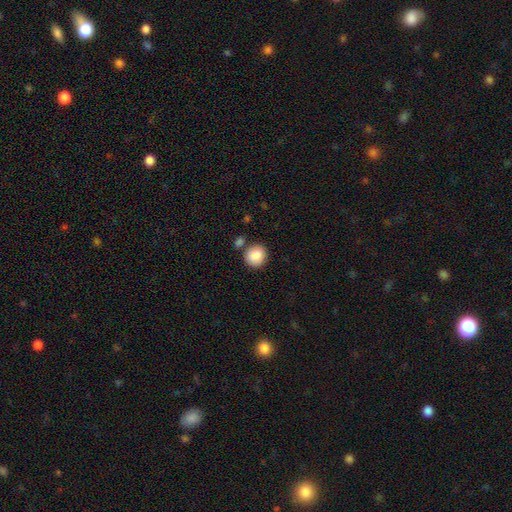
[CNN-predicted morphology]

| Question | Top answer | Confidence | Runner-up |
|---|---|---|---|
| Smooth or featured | smooth | 87% | star or artifact (8%) |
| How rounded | round | 89% | in between (10%) |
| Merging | none | 78% | merger (10%) |